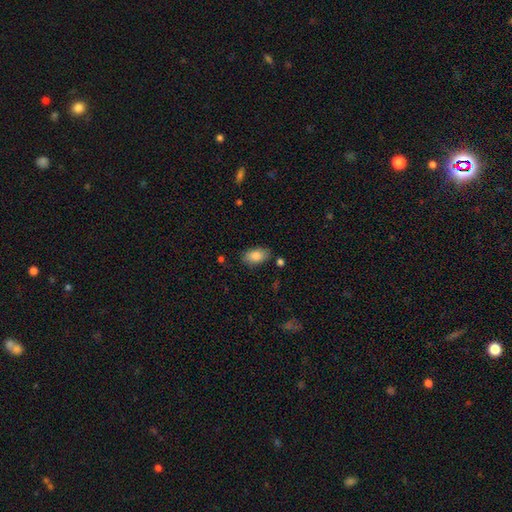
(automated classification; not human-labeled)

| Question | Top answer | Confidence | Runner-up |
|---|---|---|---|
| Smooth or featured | smooth | 86% | featured or disk (7%) |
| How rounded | in between | 92% | round (6%) |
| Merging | none | 82% | minor disturbance (13%) |